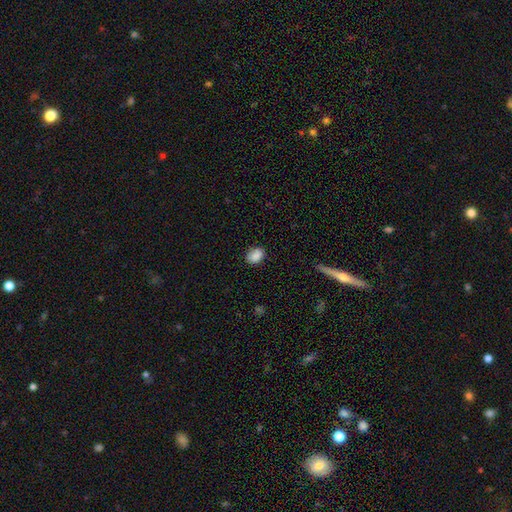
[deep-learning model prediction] Q: Smooth or featured?
A: smooth (87%); runner-up: star or artifact (9%)
Q: How rounded?
A: in between (69%); runner-up: round (30%)
Q: Merging?
A: none (80%); runner-up: minor disturbance (16%)